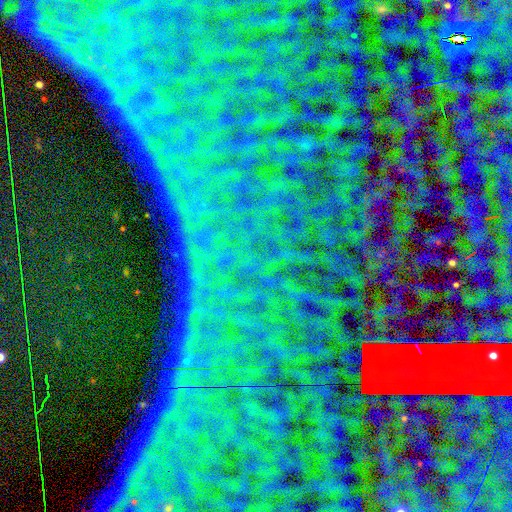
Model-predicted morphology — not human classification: Smooth or featured? Predicted: star or artifact (p=0.86).